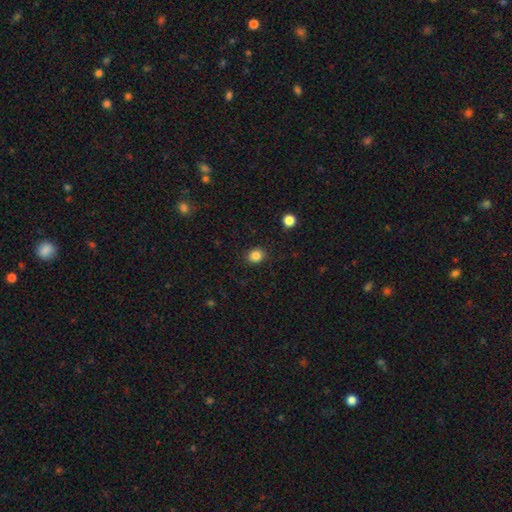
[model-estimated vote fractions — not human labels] This appears to be a smooth galaxy with no disk features (84%) that is round (68%). Merging: none (89%).